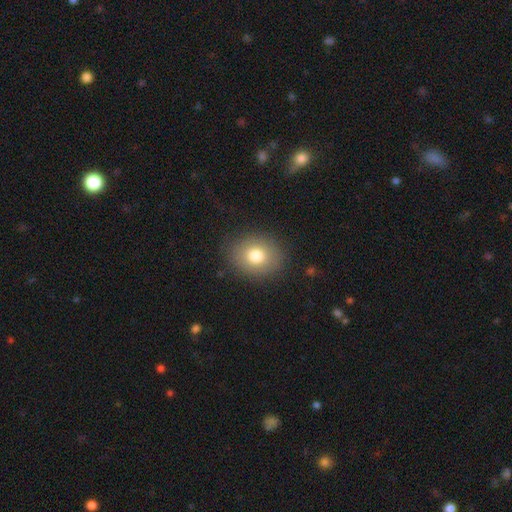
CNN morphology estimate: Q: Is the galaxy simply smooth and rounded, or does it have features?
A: smooth — 78%.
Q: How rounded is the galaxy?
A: round — 57%.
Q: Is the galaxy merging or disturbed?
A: none — 86%.